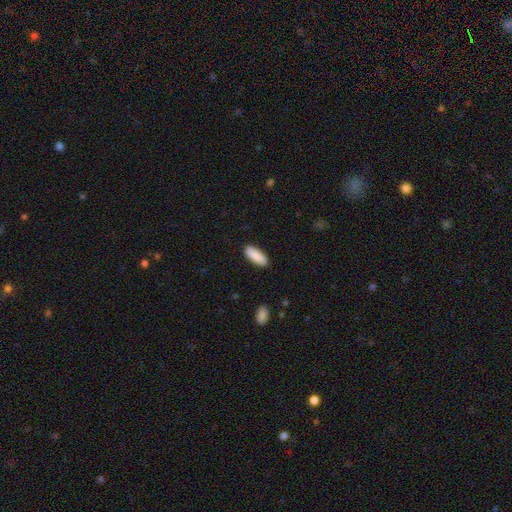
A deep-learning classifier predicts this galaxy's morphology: smooth-or-featured: smooth: 90% | star or artifact: 6% | featured or disk: 5%
  how-rounded: in between: 71% | cigar-shaped: 27% | round: 2%
  merging: none: 89% | minor disturbance: 8% | major disturbance: 2% | merger: 1%